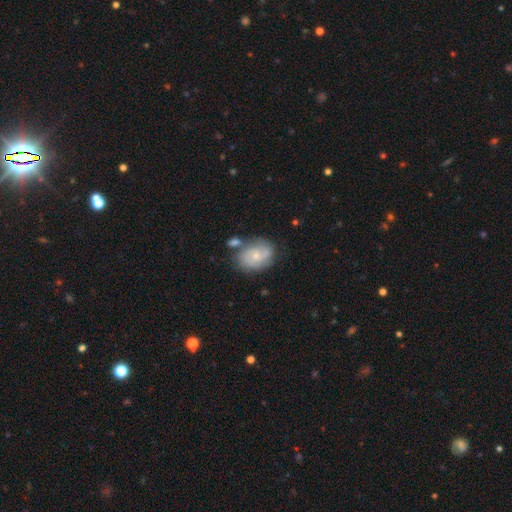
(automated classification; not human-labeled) featured or disk 64%, smooth 29%, star or artifact 7%. Down the decision tree: edge-on disk — no (98%); bar — no (67%); spiral arms — yes (89%); spiral arm count — 2 (64%); spiral winding — medium (43%); bulge size — small (57%); merging — none (63%).